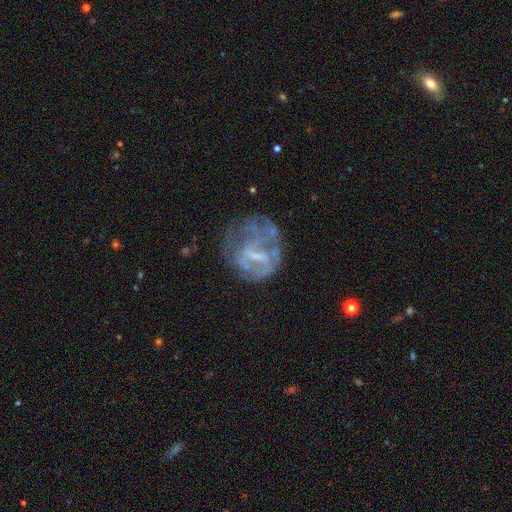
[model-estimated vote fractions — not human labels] Smooth or featured: featured or disk — 66% (smooth — 23%)
Edge-on disk: no — 97% (yes — 3%)
Bar: weak — 43% (no — 37%)
Spiral arms: no — 66% (yes — 34%)
Bulge size: none — 39% (small — 38%)
Merging: none — 40% (major disturbance — 34%)